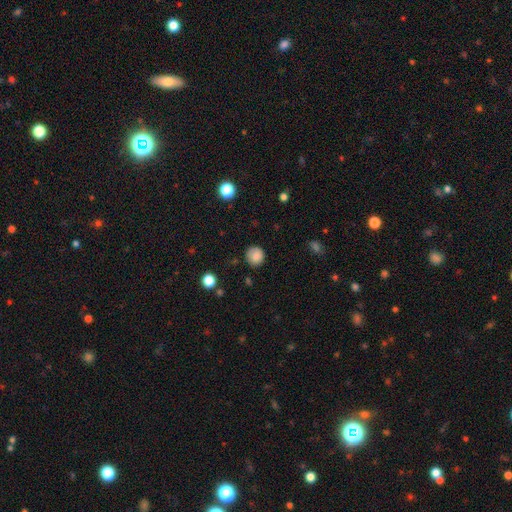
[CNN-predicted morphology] smooth-or-featured: smooth: 85% | star or artifact: 10% | featured or disk: 5%
  how-rounded: round: 90% | in between: 9% | cigar-shaped: 1%
  merging: none: 84% | minor disturbance: 11% | major disturbance: 3% | merger: 1%